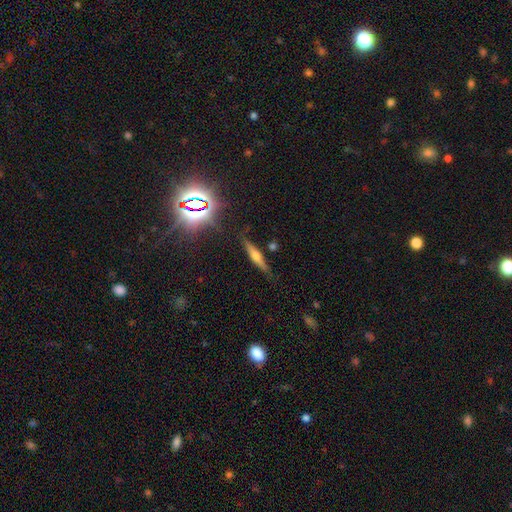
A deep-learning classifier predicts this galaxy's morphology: Q: Smooth or featured?
A: featured or disk (54%); runner-up: smooth (32%)
Q: Edge-on disk?
A: yes (94%); runner-up: no (6%)
Q: Edge-on bulge?
A: rounded (85%); runner-up: boxy (8%)
Q: Merging?
A: none (84%); runner-up: minor disturbance (11%)